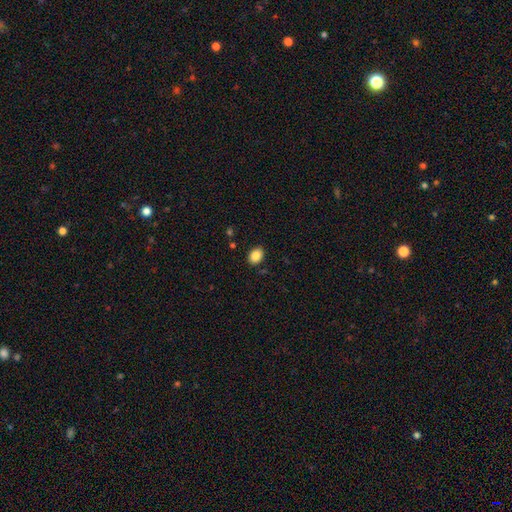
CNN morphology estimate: This is clearly a smooth galaxy (86%). How rounded: likely in between (72%). Merging: clearly none (87%).